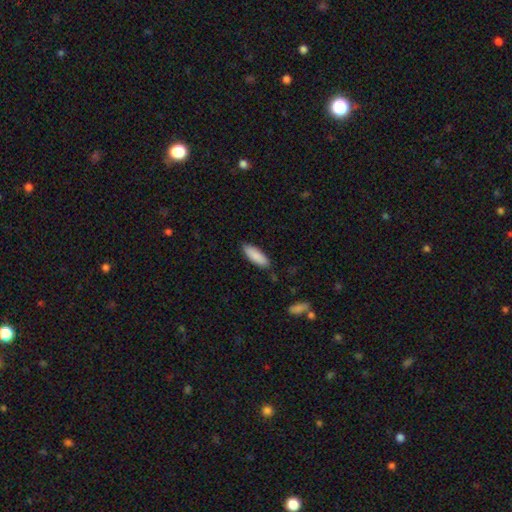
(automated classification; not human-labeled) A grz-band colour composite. It shows a smooth galaxy with no disk features (89%) that is in between round and cigar-shaped (64%). Merging: none (85%).